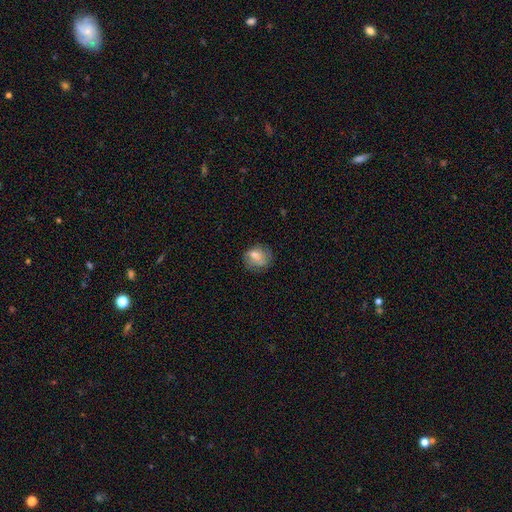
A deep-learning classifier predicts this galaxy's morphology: This appears to be a smooth galaxy with no disk features (70%) that is round (62%). Merging: none (66%).